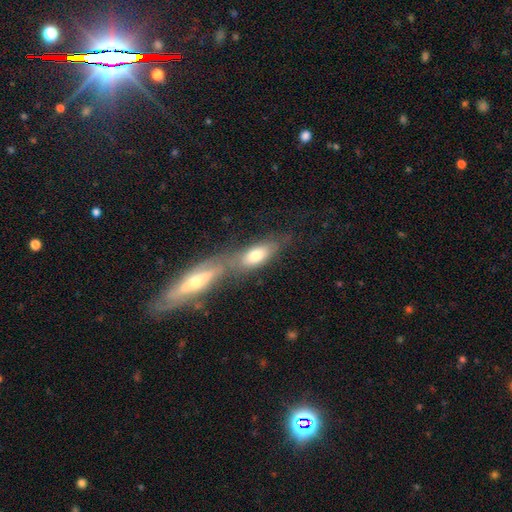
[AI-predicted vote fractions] Smooth or featured? smooth (68%)
How rounded? in between (77%)
Merging? merger (49%)